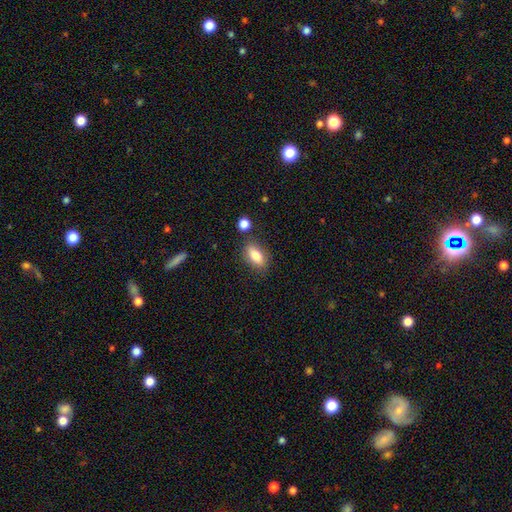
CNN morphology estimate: smooth 79%, featured or disk 13%, star or artifact 8%. Down the decision tree: how rounded — in between (84%); merging — none (78%).